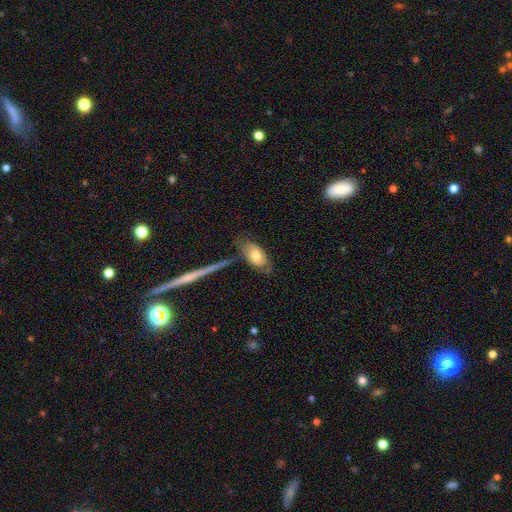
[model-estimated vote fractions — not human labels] This is likely a smooth galaxy (65%). How rounded: clearly in between (89%). Merging: possibly none (57%).